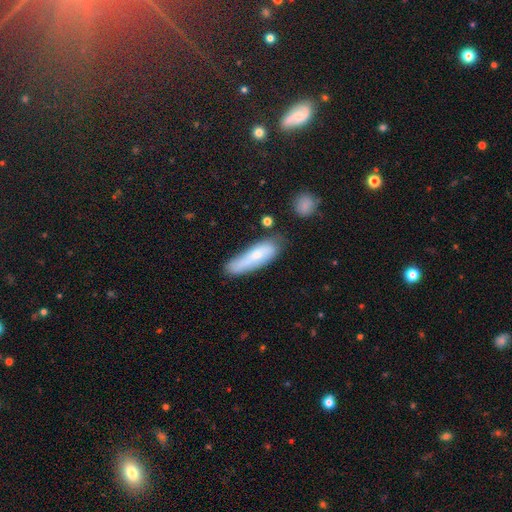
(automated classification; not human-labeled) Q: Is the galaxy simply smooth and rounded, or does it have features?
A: smooth — 66%.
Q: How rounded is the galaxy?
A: cigar-shaped — 60%.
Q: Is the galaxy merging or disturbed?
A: none — 56%.